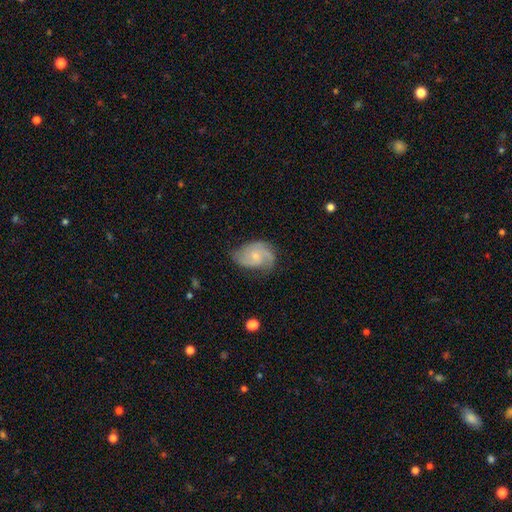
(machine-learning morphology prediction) smooth-or-featured: featured or disk: 75% | smooth: 19% | star or artifact: 6%
  disk-edge-on: no: 98% | yes: 2%
    bar: no: 64% | weak: 32% | strong: 4%
    has-spiral-arms: yes: 95% | no: 5%
      spiral-winding: medium: 47% | tight: 34% | loose: 19%
      spiral-arm-count: 2: 53% | 3: 21% | can't tell: 15% | 1: 5% | 4: 3% | more than 4: 3%
    bulge-size: small: 62% | moderate: 29% | none: 7% | large: 1% | dominant: 1%
  merging: none: 63% | minor disturbance: 25% | major disturbance: 10% | merger: 1%